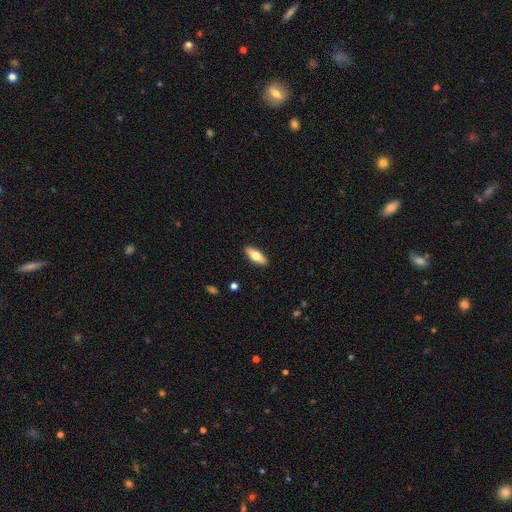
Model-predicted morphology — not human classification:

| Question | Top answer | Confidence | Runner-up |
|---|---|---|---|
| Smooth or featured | smooth | 68% | featured or disk (26%) |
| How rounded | in between | 74% | cigar-shaped (23%) |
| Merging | none | 90% | minor disturbance (7%) |